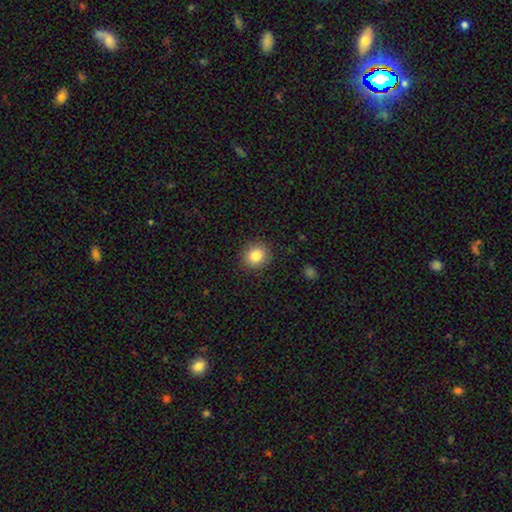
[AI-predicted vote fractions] This appears to be a smooth galaxy with no disk features (84%) that is round (84%). Merging: none (89%).